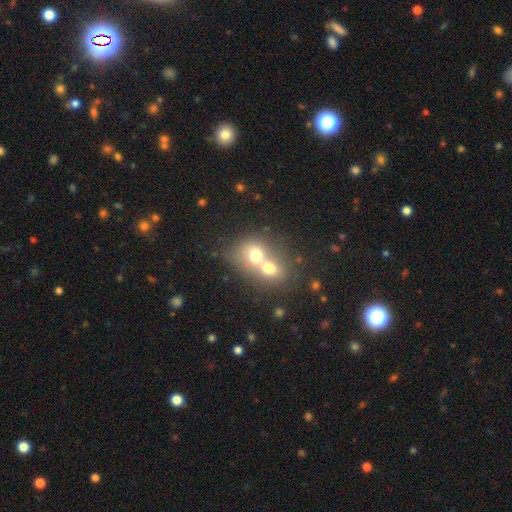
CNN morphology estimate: This is likely a smooth galaxy (67%). How rounded: possibly round (60%). Merging: likely merger (75%).